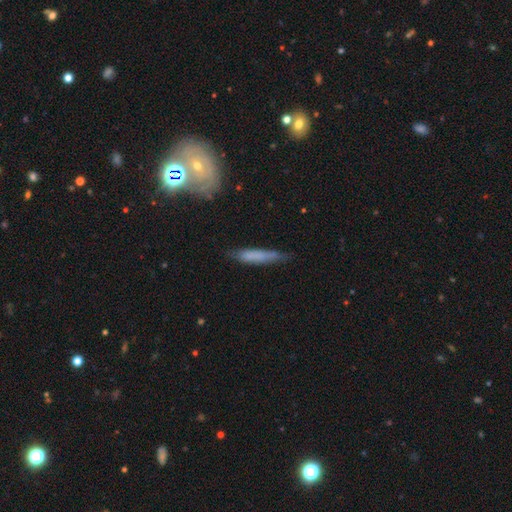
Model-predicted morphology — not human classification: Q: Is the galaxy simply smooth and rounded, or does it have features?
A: smooth — 64%.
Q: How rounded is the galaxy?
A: cigar-shaped — 89%.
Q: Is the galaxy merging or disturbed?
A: none — 67%.